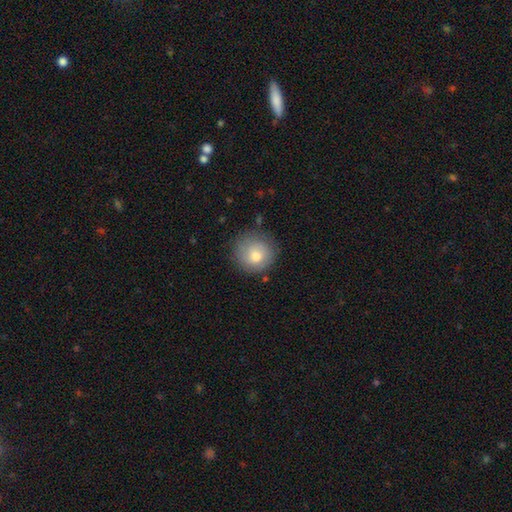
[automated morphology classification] smooth_or_featured: smooth (p=0.77) [alt: featured or disk p=0.14]
how_rounded: round (p=0.92) [alt: in between p=0.07]
merging: none (p=0.78) [alt: minor disturbance p=0.16]